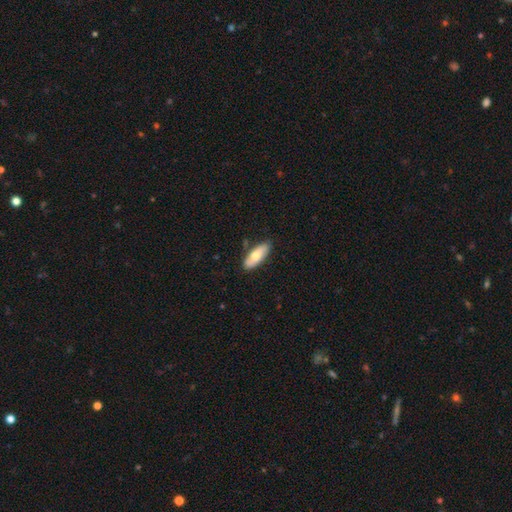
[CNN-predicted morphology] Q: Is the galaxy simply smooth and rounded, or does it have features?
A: smooth — 68%.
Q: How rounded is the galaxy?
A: in between — 78%.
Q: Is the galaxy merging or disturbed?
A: none — 81%.